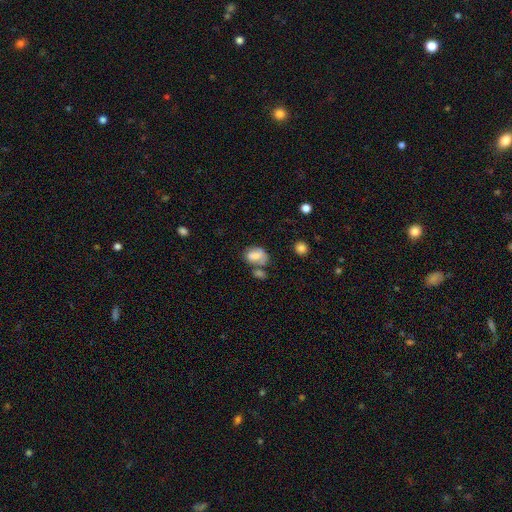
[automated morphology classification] smooth 75%, featured or disk 15%, star or artifact 10%. Down the decision tree: how rounded — in between (75%); merging — none (37%).